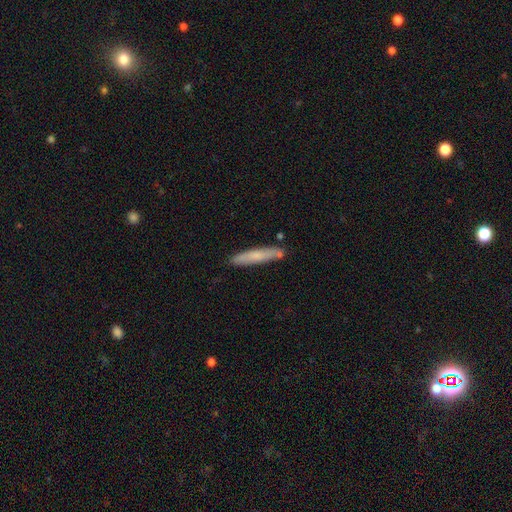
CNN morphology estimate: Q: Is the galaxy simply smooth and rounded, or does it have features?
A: smooth — 67%.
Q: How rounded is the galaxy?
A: cigar-shaped — 91%.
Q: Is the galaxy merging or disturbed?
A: none — 81%.